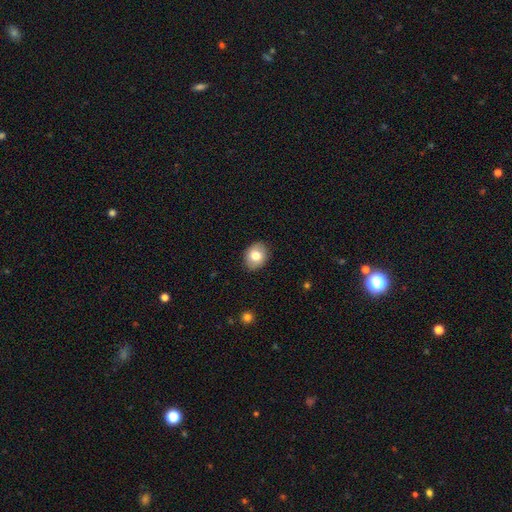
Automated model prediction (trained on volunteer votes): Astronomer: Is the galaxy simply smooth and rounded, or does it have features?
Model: smooth — 79%.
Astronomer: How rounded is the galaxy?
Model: in between — 56% (runner-up: round, 43%).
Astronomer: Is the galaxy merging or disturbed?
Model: none — 88%.